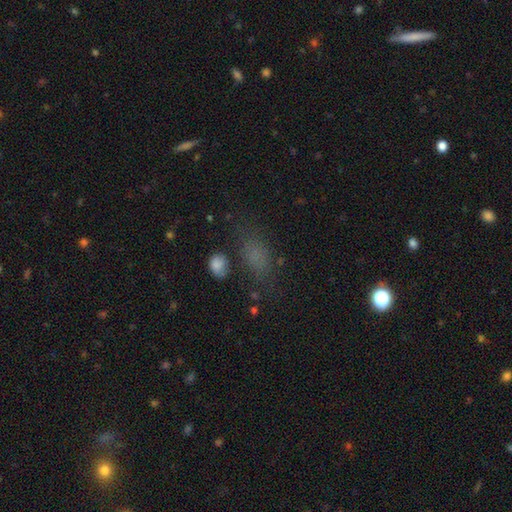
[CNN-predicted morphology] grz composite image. It shows a smooth galaxy with no disk features (66%) that is in between round and cigar-shaped (77%). Merging: none (61%).